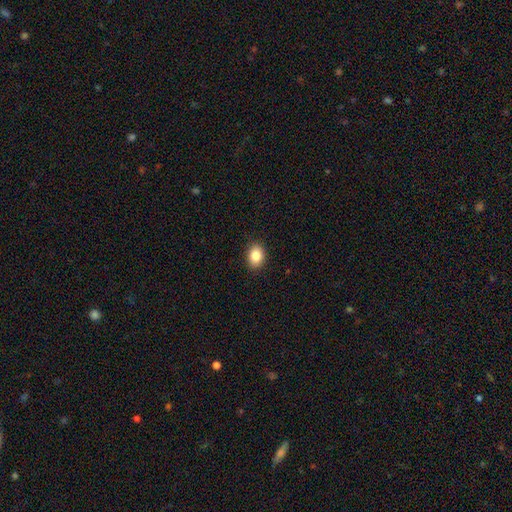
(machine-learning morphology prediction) Overall: smooth (86%). How rounded: in between (74%). Merging: none (89%).